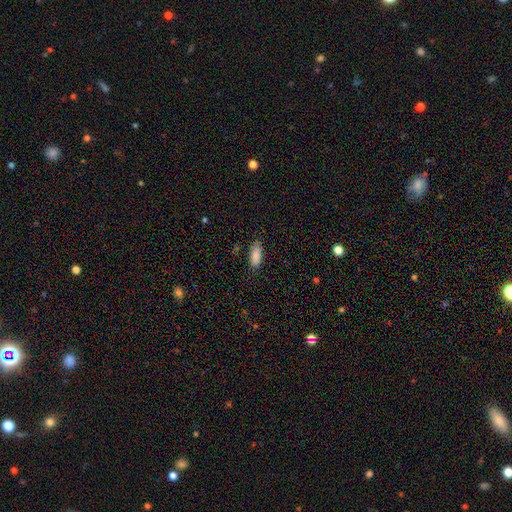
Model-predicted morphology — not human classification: Smooth or featured: smooth — 88% (star or artifact — 7%)
How rounded: in between — 79% (cigar-shaped — 19%)
Merging: none — 81% (minor disturbance — 15%)